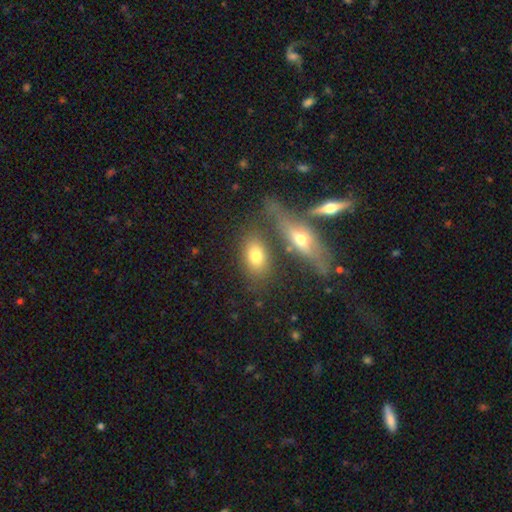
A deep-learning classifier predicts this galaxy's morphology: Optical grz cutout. It shows a smooth galaxy with no disk features (69%) that is in between round and cigar-shaped (82%). Merging: none (62%).